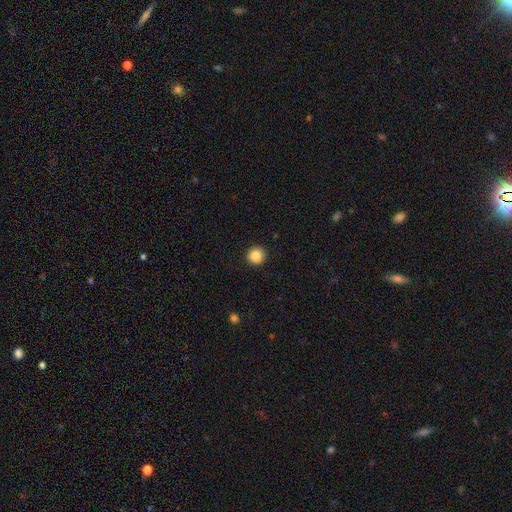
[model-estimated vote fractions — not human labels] This appears to be a smooth galaxy with no disk features (87%) that is round (94%). Merging: none (92%).